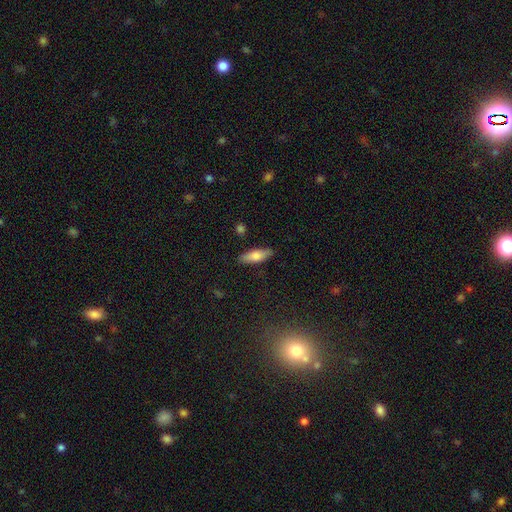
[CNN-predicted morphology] Smooth or featured?
  - smooth: 71% *
  - featured or disk: 22%
  - star or artifact: 6%
How rounded?
  - in between: 53% *
  - cigar-shaped: 45%
  - round: 2%
Merging?
  - none: 87% *
  - minor disturbance: 10%
  - major disturbance: 2%
  - merger: 2%